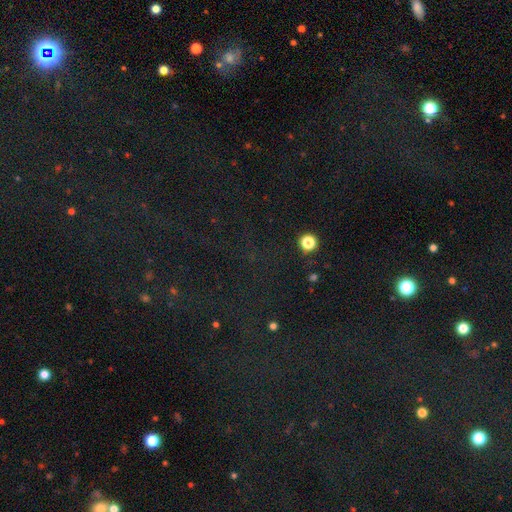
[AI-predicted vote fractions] smooth_or_featured: star or artifact (p=0.77) [alt: smooth p=0.14]